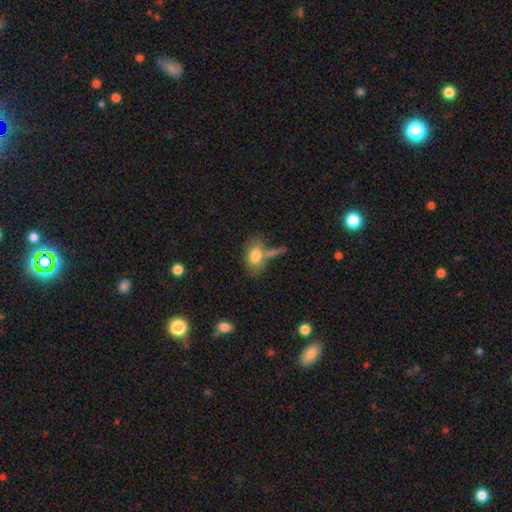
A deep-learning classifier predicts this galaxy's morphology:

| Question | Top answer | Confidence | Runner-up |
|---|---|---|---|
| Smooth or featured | smooth | 75% | featured or disk (17%) |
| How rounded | in between | 80% | round (18%) |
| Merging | none | 41% | merger (26%) |